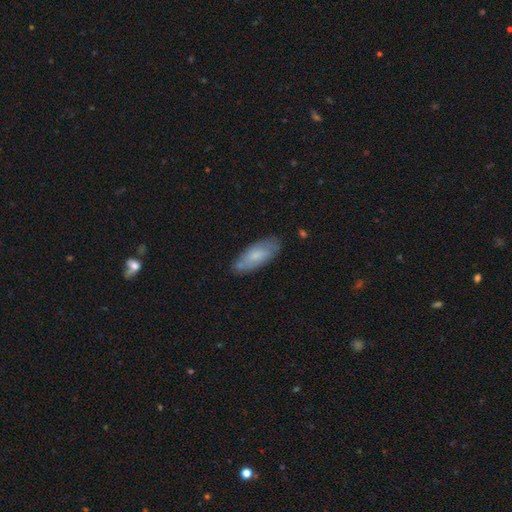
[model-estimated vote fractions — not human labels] Smooth or featured? smooth (69%)
How rounded? in between (74%)
Merging? none (75%)